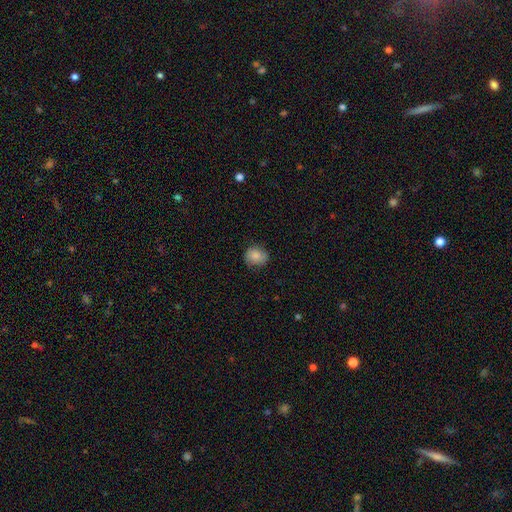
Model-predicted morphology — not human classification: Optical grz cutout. It shows a smooth galaxy with no disk features (81%) that is round (80%). Merging: none (78%).